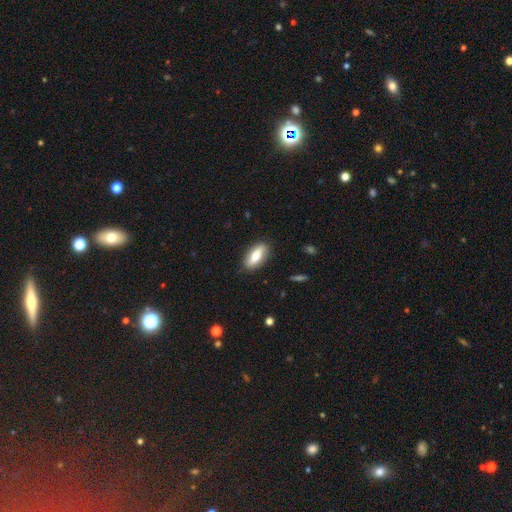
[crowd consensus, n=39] Smooth or featured? 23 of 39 (59%) said smooth. How rounded? 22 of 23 (96%) said in between. Merging? 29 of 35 (83%) said none.